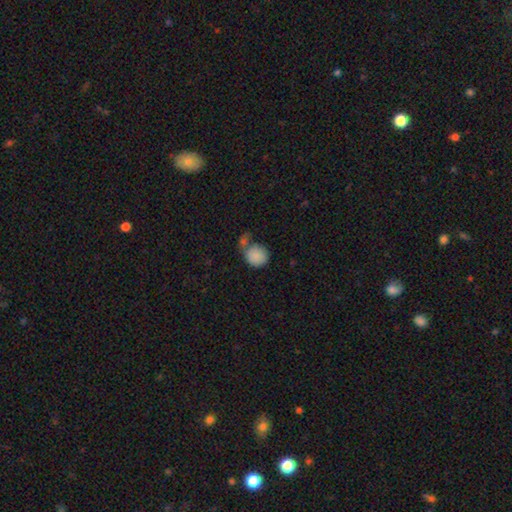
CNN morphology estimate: The model was most divided on "merging": none: 43%, merger: 31%, minor disturbance: 17%, major disturbance: 9%. More confident: smooth or featured — smooth (86%); how rounded — round (83%).